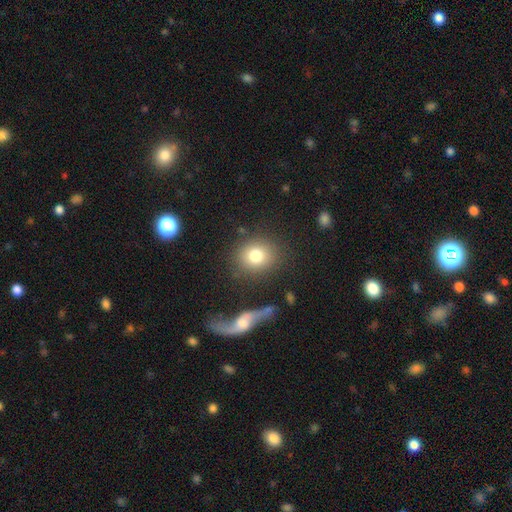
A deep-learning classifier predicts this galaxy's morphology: type=smooth (79%); roundness=round (73%); merging=none (81%).